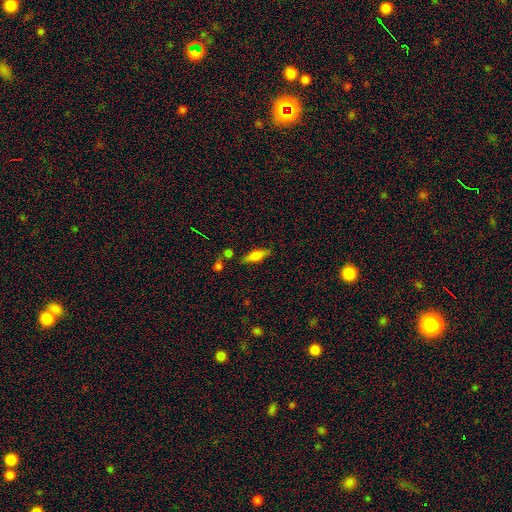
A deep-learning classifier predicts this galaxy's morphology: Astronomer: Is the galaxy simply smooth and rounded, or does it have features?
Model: smooth — 63%.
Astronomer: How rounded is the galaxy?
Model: in between — 51% (runner-up: cigar-shaped, 46%).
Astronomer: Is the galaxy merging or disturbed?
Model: none — 77%.